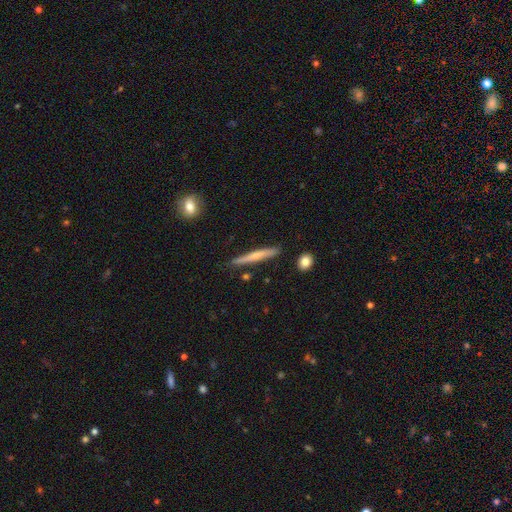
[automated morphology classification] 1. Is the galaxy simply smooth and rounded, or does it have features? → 52% smooth, 42% featured or disk, 6% star or artifact.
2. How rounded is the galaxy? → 95% cigar-shaped, 3% in between, 2% round.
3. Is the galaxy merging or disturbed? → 87% none, 10% minor disturbance, 2% merger, 2% major disturbance.